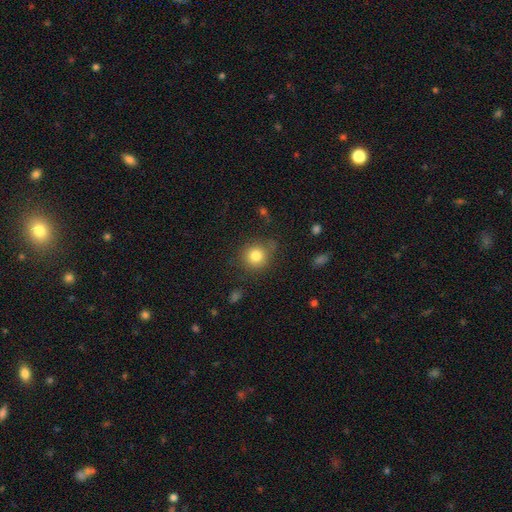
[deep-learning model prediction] Smooth or featured: smooth — 81% (star or artifact — 11%)
How rounded: round — 89% (in between — 10%)
Merging: none — 78% (minor disturbance — 14%)